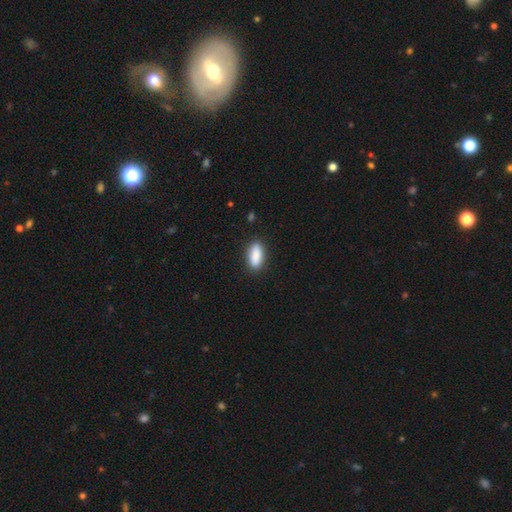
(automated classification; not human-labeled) smooth 88%, star or artifact 6%, featured or disk 5%. Down the decision tree: how rounded — in between (81%); merging — none (89%).